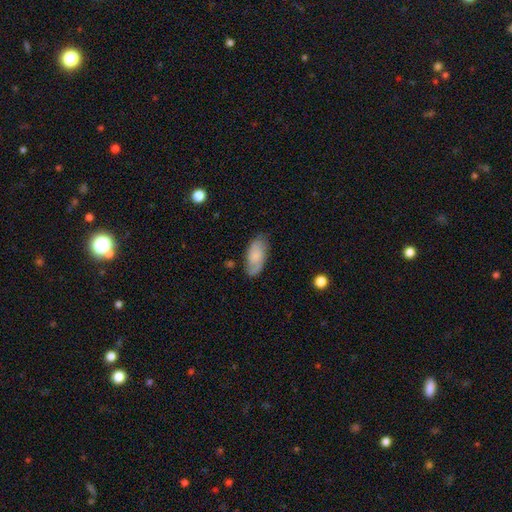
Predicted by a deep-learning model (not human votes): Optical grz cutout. It shows a smooth galaxy with no disk features (62%) that is in between round and cigar-shaped (92%). Merging: none (74%).